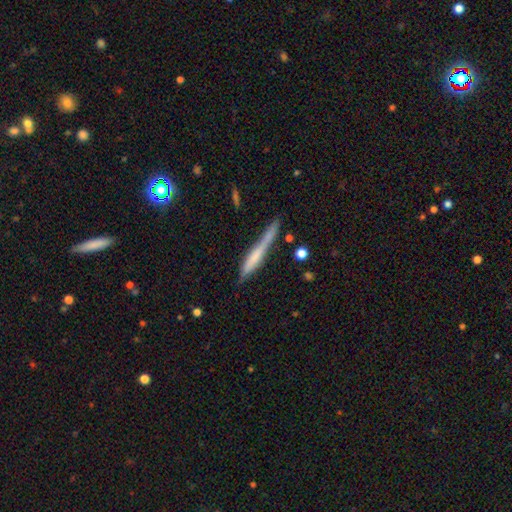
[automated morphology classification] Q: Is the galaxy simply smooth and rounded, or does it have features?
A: smooth — 52%.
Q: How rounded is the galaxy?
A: cigar-shaped — 94%.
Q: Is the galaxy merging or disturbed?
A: none — 62%.